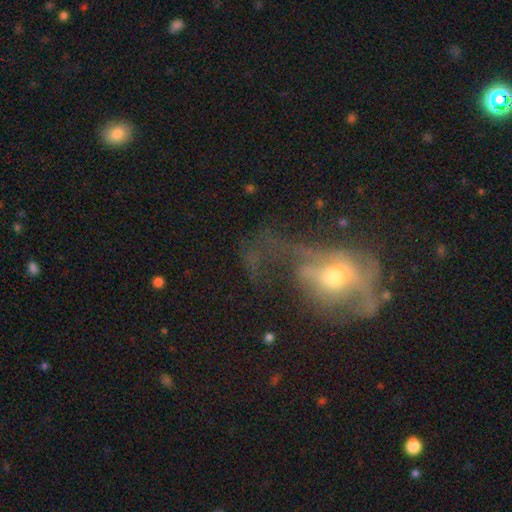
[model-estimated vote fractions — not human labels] Q: Smooth or featured?
A: featured or disk (57%); runner-up: smooth (27%)
Q: Edge-on disk?
A: no (89%); runner-up: yes (11%)
Q: Bar?
A: no (71%); runner-up: weak (20%)
Q: Spiral arms?
A: no (56%); runner-up: yes (44%)
Q: Bulge size?
A: moderate (54%); runner-up: small (36%)
Q: Merging?
A: major disturbance (52%); runner-up: none (26%)